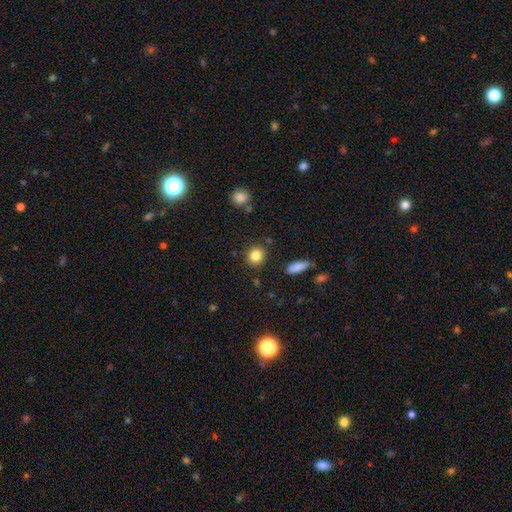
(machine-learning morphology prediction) Smooth or featured? Predicted: smooth (p=0.84). How rounded? Predicted: round (p=0.81). Merging? Predicted: none (p=0.88).